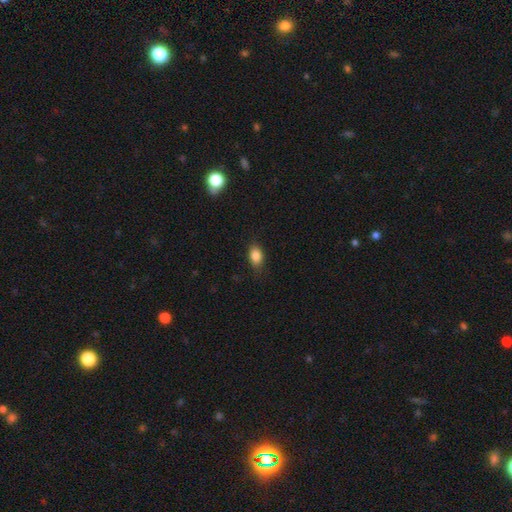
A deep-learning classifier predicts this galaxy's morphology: Smooth or featured? smooth (85%)
How rounded? in between (83%)
Merging? none (82%)